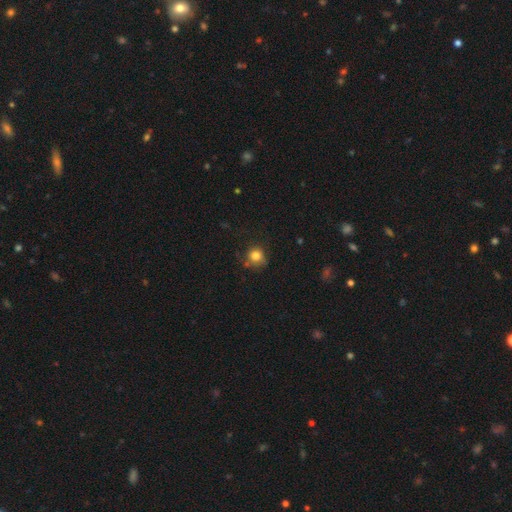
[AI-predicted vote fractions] smooth-or-featured: smooth: 80% | star or artifact: 12% | featured or disk: 8%
  how-rounded: round: 86% | in between: 13% | cigar-shaped: 1%
  merging: none: 67% | minor disturbance: 22% | major disturbance: 7% | merger: 4%